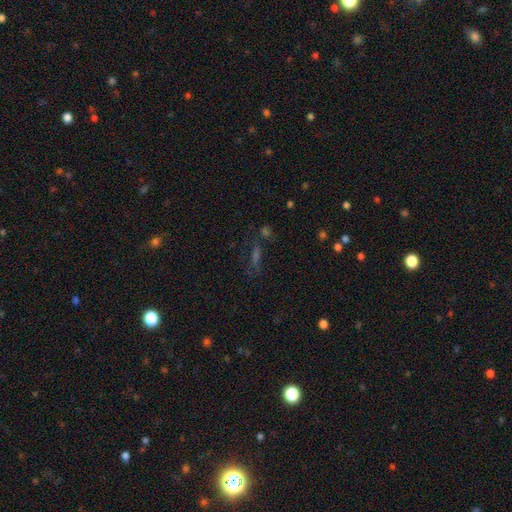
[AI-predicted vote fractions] Smooth or featured? star or artifact (43%)